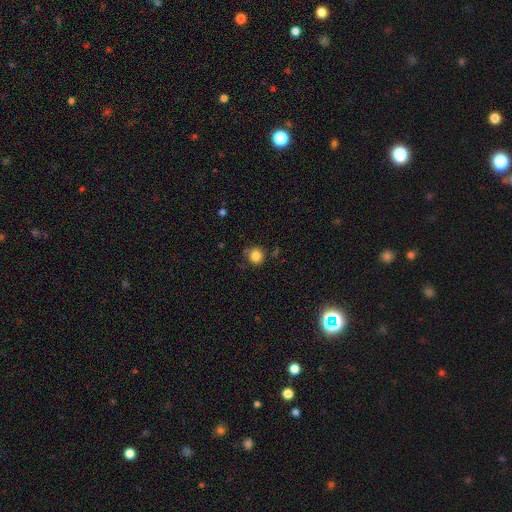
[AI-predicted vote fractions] smooth_or_featured: smooth (p=0.83) [alt: star or artifact p=0.11]
how_rounded: round (p=0.89) [alt: in between p=0.10]
merging: none (p=0.75) [alt: minor disturbance p=0.17]